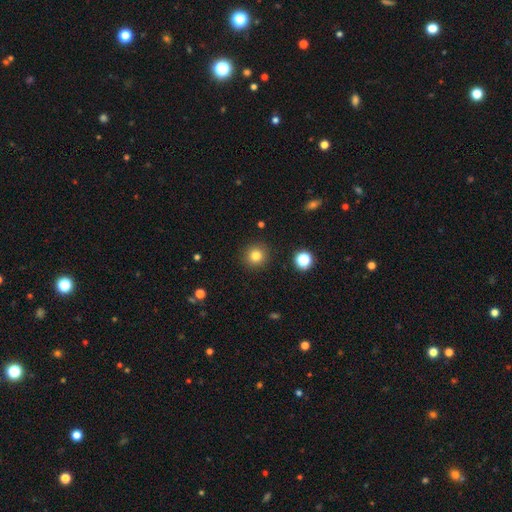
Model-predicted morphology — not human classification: A smooth galaxy with no disk features (80%) that is round (93%). Merging: none (91%).